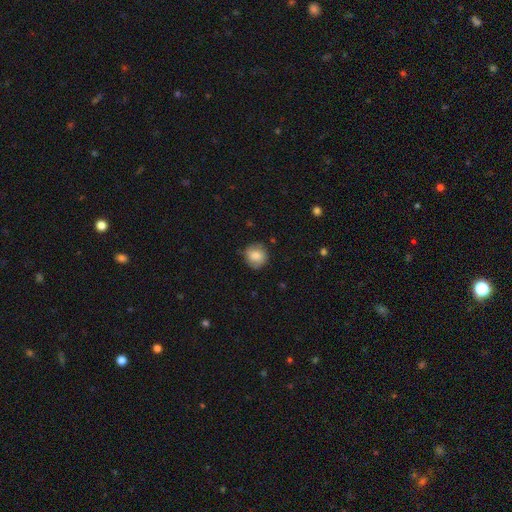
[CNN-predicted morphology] A smooth galaxy with no disk features (81%) that is round (87%).

Vote fractions:
- Smooth or featured? smooth: 81% / featured or disk: 12% / star or artifact: 8%
- How rounded? round: 87% / in between: 12% / cigar-shaped: 1%
- Merging? none: 80% / minor disturbance: 15% / major disturbance: 4% / merger: 1%